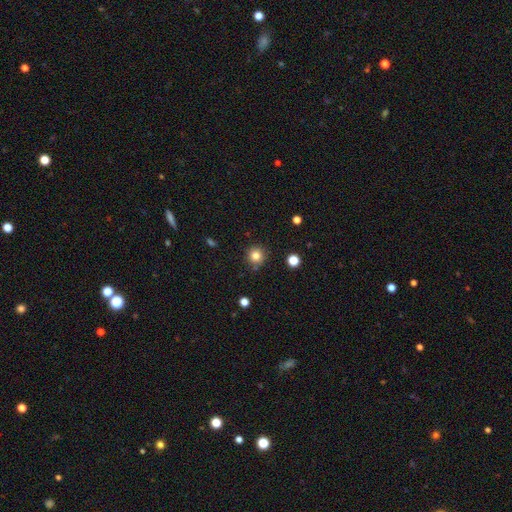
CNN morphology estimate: A smooth galaxy with no disk features (81%) that is round (94%). Merging: none (87%).